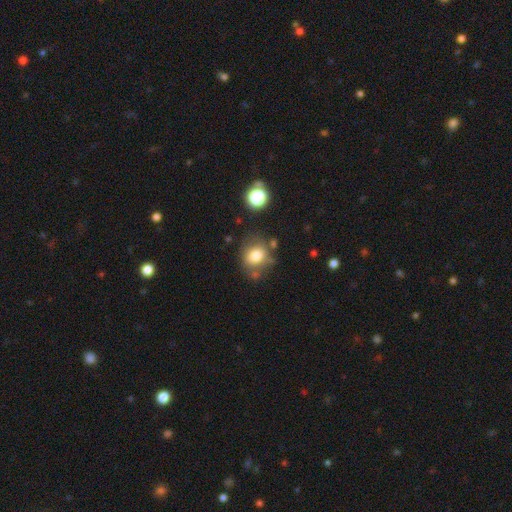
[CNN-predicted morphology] Smooth or featured?
  - smooth: 77% *
  - star or artifact: 12%
  - featured or disk: 11%
How rounded?
  - round: 73% *
  - in between: 26%
  - cigar-shaped: 1%
Merging?
  - none: 68% *
  - minor disturbance: 16%
  - merger: 9%
  - major disturbance: 6%